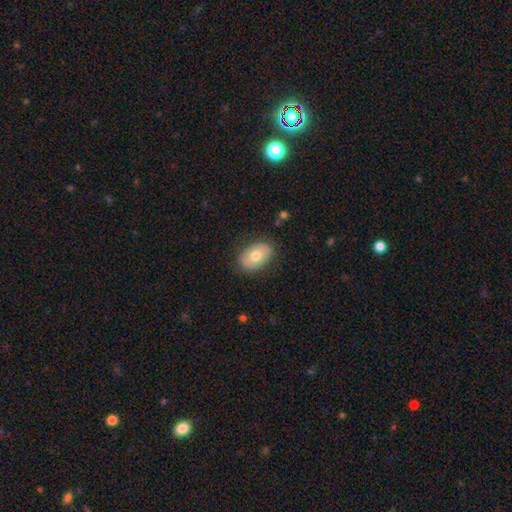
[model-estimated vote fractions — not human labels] Smooth or featured? smooth (68%)
How rounded? in between (83%)
Merging? none (84%)